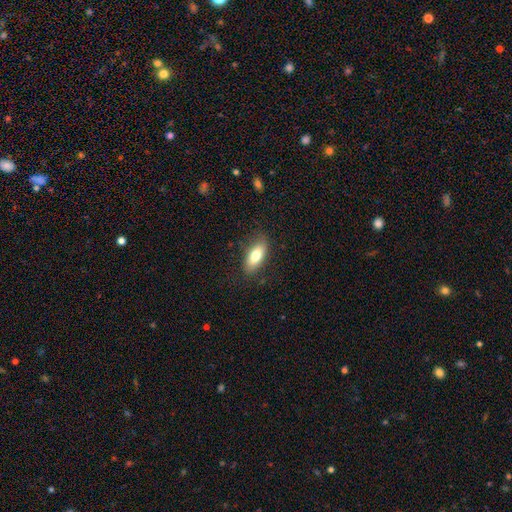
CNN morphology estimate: Smooth or featured?
  - smooth: 77% *
  - featured or disk: 16%
  - star or artifact: 7%
How rounded?
  - in between: 83% *
  - cigar-shaped: 15%
  - round: 3%
Merging?
  - none: 81% *
  - minor disturbance: 14%
  - major disturbance: 4%
  - merger: 1%